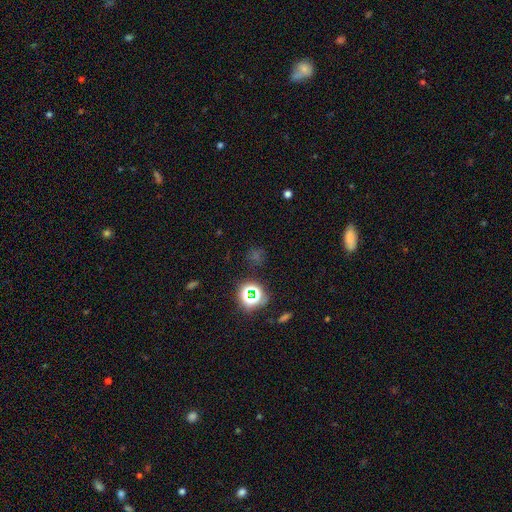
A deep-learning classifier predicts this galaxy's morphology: Smooth or featured?
  - star or artifact: 58% *
  - smooth: 33%
  - featured or disk: 9%